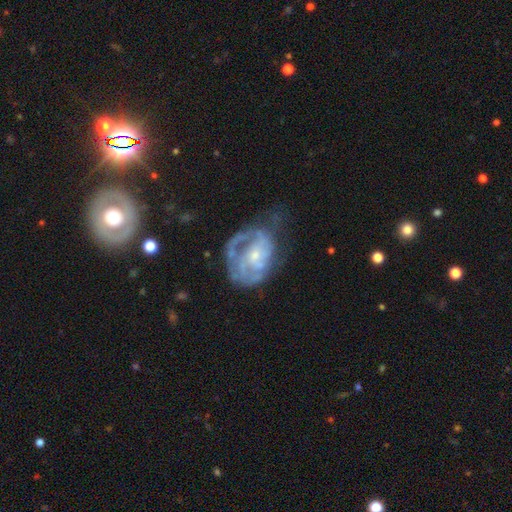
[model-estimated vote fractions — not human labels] smooth_or_featured: featured or disk (p=0.80) [alt: smooth p=0.13]
disk_edge_on: no (p=0.98) [alt: yes p=0.02]
bar: no (p=0.69) [alt: weak p=0.26]
has_spiral_arms: yes (p=0.84) [alt: no p=0.16]
spiral_winding: tight (p=0.48) [alt: medium p=0.36]
spiral_arm_count: can't tell (p=0.35) [alt: 2 p=0.30]
bulge_size: small (p=0.68) [alt: moderate p=0.23]
merging: none (p=0.42) [alt: major disturbance p=0.31]